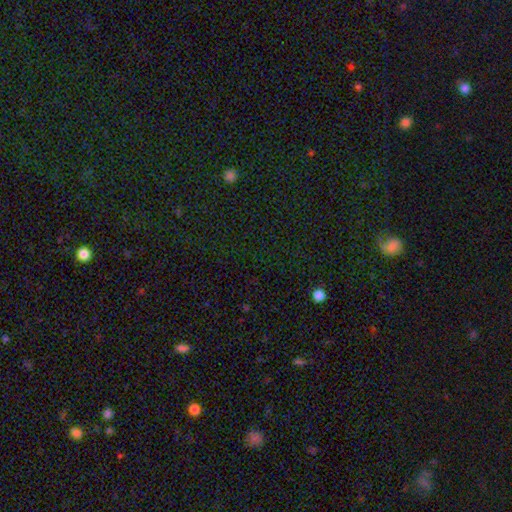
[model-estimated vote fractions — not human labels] Smooth or featured? star or artifact (69%)